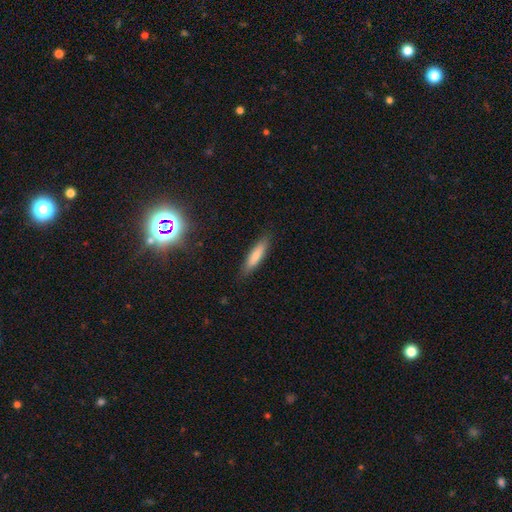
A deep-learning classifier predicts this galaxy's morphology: type=smooth (79%); roundness=cigar-shaped (79%); merging=none (86%).